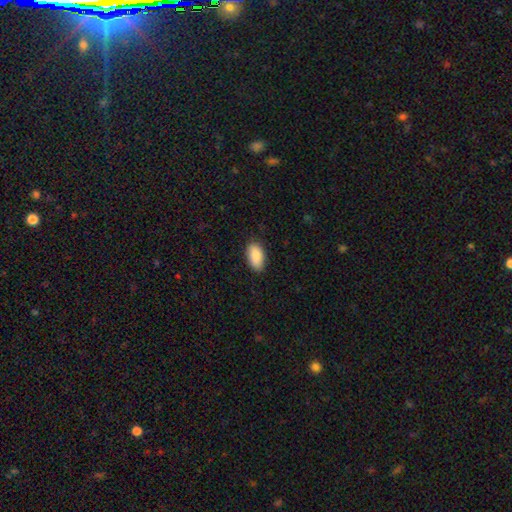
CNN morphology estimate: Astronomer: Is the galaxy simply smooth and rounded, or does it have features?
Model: smooth — 90%.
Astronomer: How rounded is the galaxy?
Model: in between — 94%.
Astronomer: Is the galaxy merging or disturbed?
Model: none — 85%.